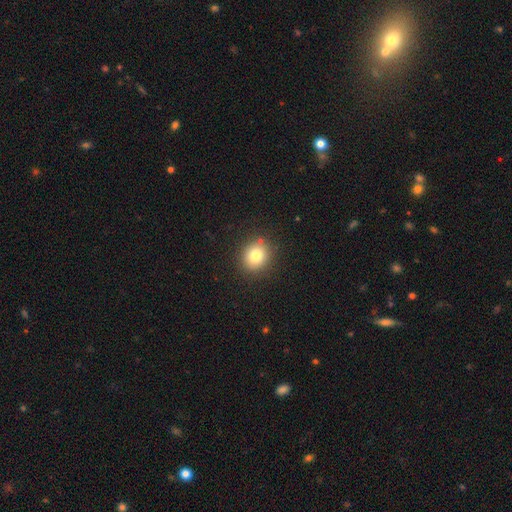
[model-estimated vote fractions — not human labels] smooth-or-featured: smooth: 80% | star or artifact: 11% | featured or disk: 9%
  how-rounded: round: 75% | in between: 24% | cigar-shaped: 1%
  merging: none: 87% | minor disturbance: 9% | major disturbance: 3% | merger: 2%